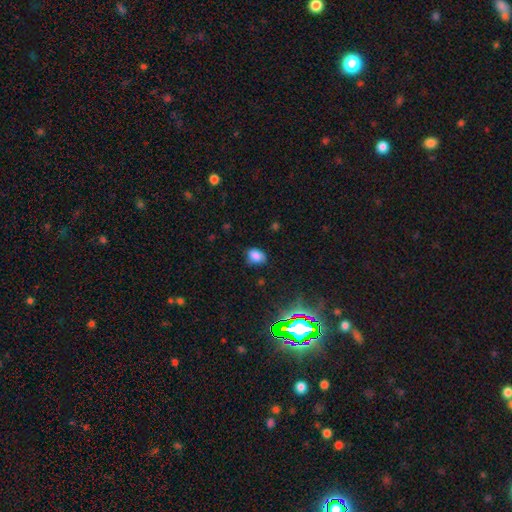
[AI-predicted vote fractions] Morphology: type=smooth (81%); roundness=in between (69%); merging=none (73%).